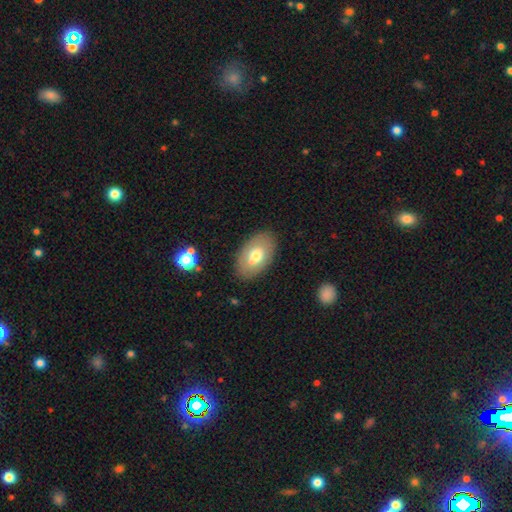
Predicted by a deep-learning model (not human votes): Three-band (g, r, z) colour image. It shows a smooth galaxy with no disk features (65%) that is in between round and cigar-shaped (92%). Merging: none (84%).